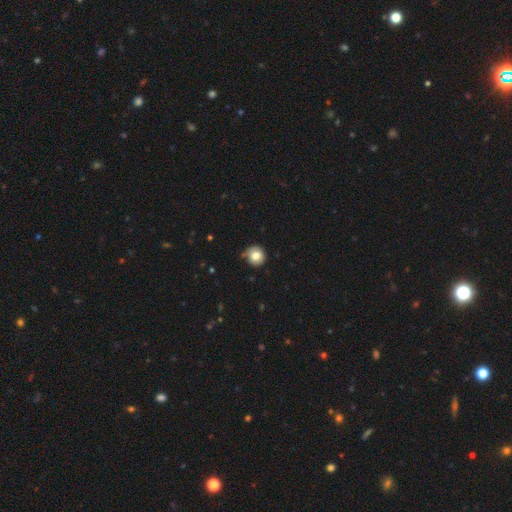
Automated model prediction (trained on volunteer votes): A smooth galaxy with no disk features (80%) that is round (92%).

Vote fractions:
- Smooth or featured? smooth: 80% / featured or disk: 11% / star or artifact: 9%
- How rounded? round: 92% / in between: 7% / cigar-shaped: 1%
- Merging? none: 76% / minor disturbance: 18% / major disturbance: 4% / merger: 2%